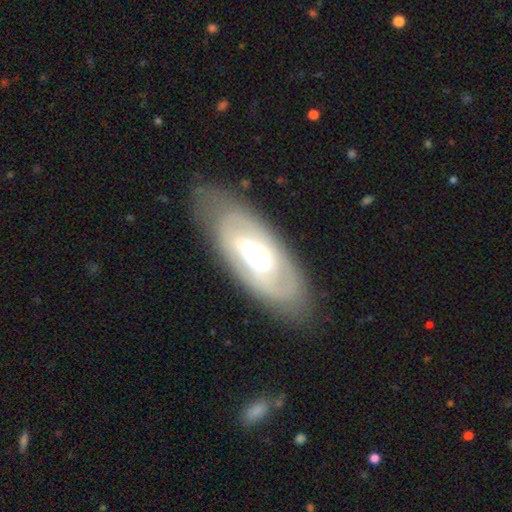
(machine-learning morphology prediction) This appears to be a featured or disk galaxy (72%) with a weak bar (42%), 2 (50%) tight (58%) spiral arms (77%) and a small central bulge (44%). Merging: none (74%).